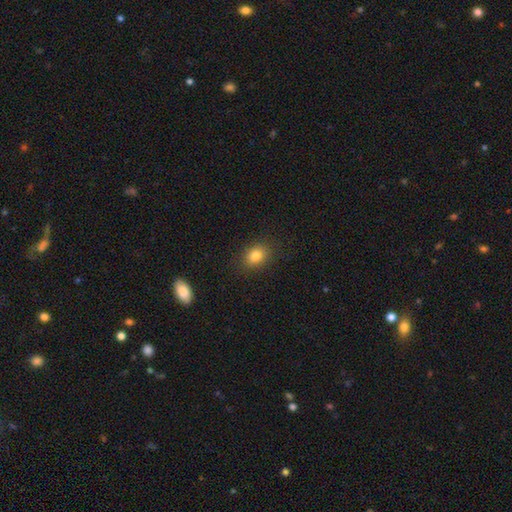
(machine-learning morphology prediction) The model was most divided on "how rounded": in between: 58%, round: 41%, cigar-shaped: 1%. More confident: merging — none (87%); smooth or featured — smooth (82%).